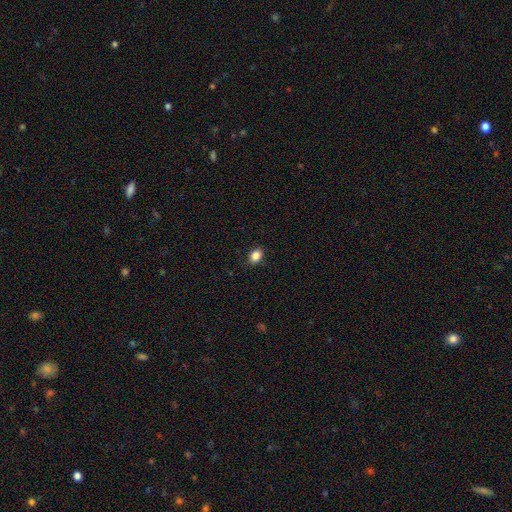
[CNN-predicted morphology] The model was most divided on "how rounded": in between: 62%, round: 37%, cigar-shaped: 1%. More confident: merging — none (88%); smooth or featured — smooth (86%).